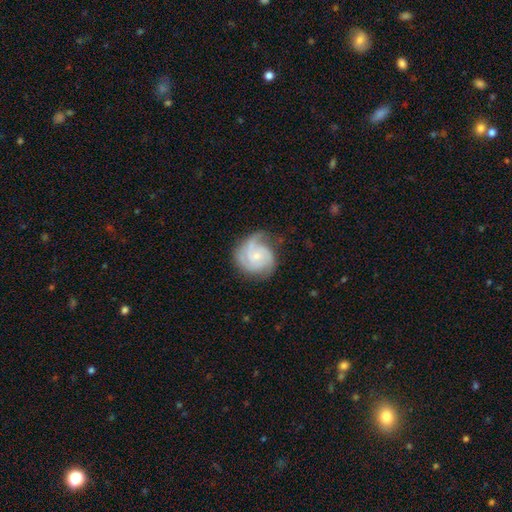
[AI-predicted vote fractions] smooth_or_featured: featured or disk (p=0.81) [alt: smooth p=0.13]
disk_edge_on: no (p=0.98) [alt: yes p=0.02]
bar: no (p=0.67) [alt: weak p=0.29]
has_spiral_arms: yes (p=0.97) [alt: no p=0.03]
spiral_winding: tight (p=0.53) [alt: medium p=0.38]
spiral_arm_count: 3 (p=0.41) [alt: 2 p=0.28]
bulge_size: small (p=0.64) [alt: moderate p=0.27]
merging: none (p=0.63) [alt: minor disturbance p=0.23]